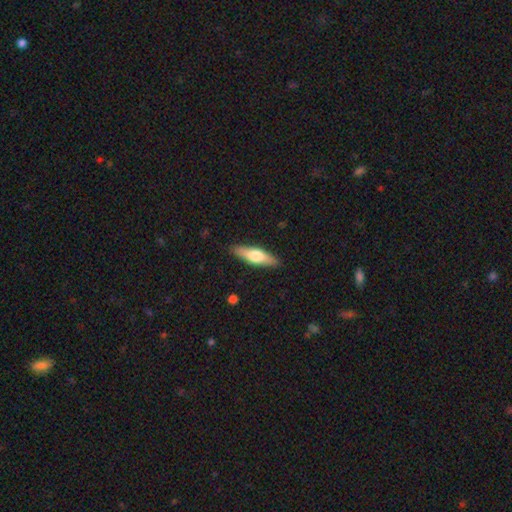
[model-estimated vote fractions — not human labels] Smooth or featured? smooth (55%)
How rounded? cigar-shaped (59%)
Merging? none (88%)